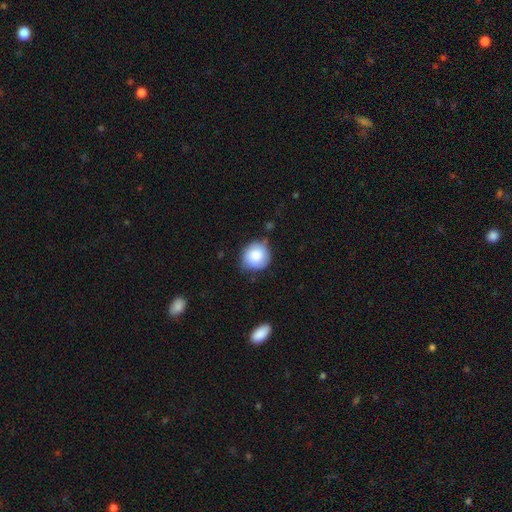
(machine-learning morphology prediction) Overall: smooth (84%). How rounded: round (87%). Merging: none (70%).